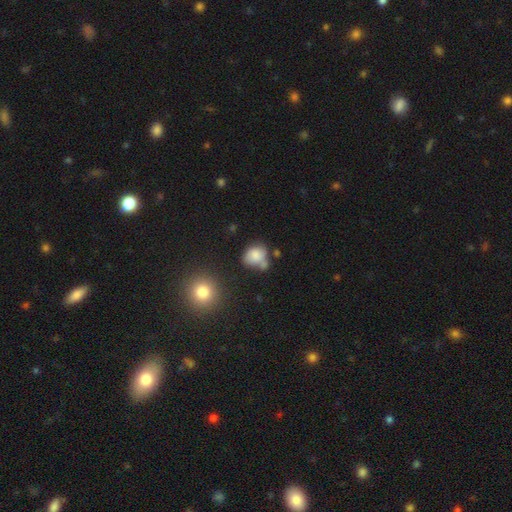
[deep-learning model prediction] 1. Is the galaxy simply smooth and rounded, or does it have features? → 80% smooth, 10% star or artifact, 10% featured or disk.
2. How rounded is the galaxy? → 54% round, 45% in between, 1% cigar-shaped.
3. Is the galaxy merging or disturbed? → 45% none, 23% merger, 22% minor disturbance, 9% major disturbance.